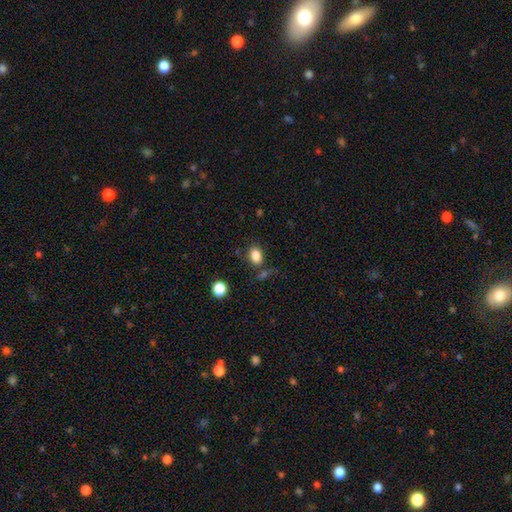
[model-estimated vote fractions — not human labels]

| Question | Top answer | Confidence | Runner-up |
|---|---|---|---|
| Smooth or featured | smooth | 84% | star or artifact (11%) |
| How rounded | in between | 76% | round (23%) |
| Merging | none | 73% | minor disturbance (14%) |